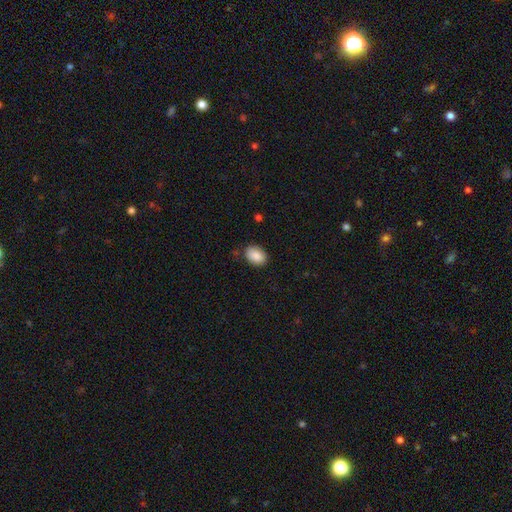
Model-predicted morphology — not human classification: A smooth galaxy with no disk features (89%) that is in between round and cigar-shaped (83%).

Vote fractions:
- Smooth or featured? smooth: 89% / star or artifact: 7% / featured or disk: 4%
- How rounded? in between: 83% / round: 16% / cigar-shaped: 1%
- Merging? none: 83% / minor disturbance: 13% / major disturbance: 3% / merger: 1%